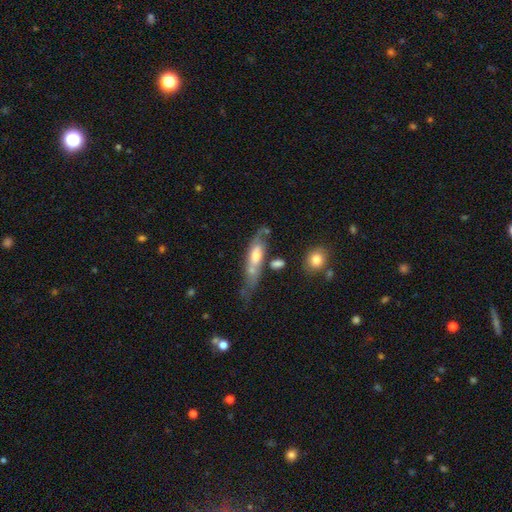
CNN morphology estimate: A featured or disk galaxy (60%).

Vote fractions:
- Smooth or featured? featured or disk: 60% / smooth: 33% / star or artifact: 7%
- Edge-on disk? no: 58% / yes: 42%
- Merging? none: 40% / minor disturbance: 26% / major disturbance: 18% / merger: 16%